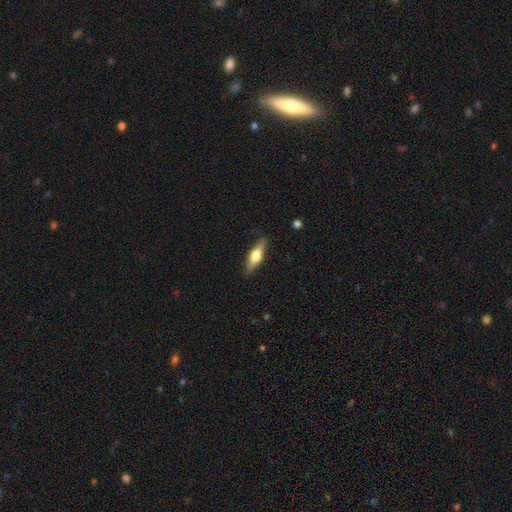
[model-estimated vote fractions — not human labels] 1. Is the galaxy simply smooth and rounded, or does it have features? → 50% featured or disk, 44% smooth, 6% star or artifact.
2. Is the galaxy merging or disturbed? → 85% none, 11% minor disturbance, 2% major disturbance, 1% merger.